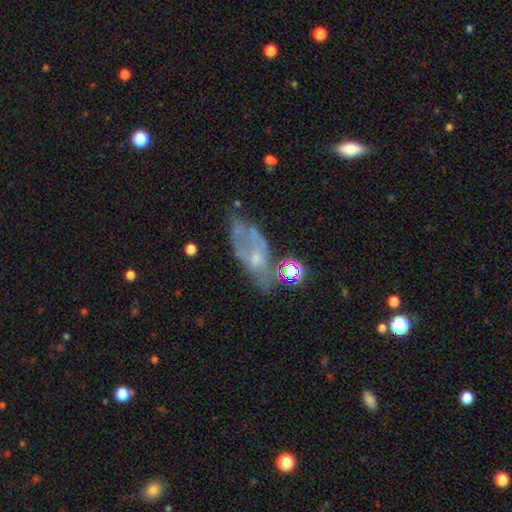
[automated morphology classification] Q: Smooth or featured?
A: featured or disk (53%); runner-up: smooth (32%)
Q: Edge-on disk?
A: no (90%); runner-up: yes (10%)
Q: Merging?
A: none (40%); runner-up: major disturbance (26%)